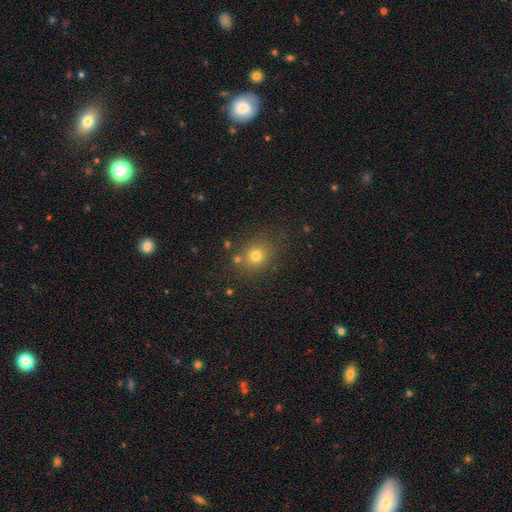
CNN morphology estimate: A smooth galaxy with no disk features (73%) that is round (71%). Merging: none (78%).